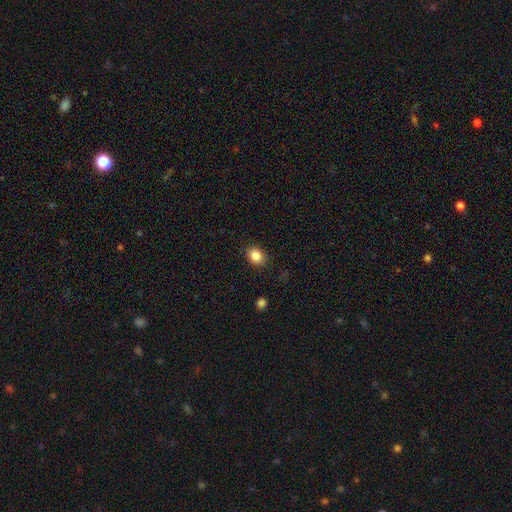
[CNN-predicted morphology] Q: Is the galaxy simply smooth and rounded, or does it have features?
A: smooth — 85%.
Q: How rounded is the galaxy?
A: round — 50%.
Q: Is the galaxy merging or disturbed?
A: none — 87%.